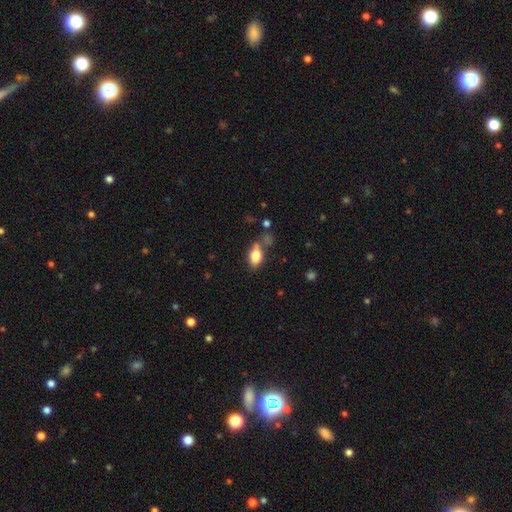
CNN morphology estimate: Smooth or featured? Predicted: smooth (p=0.77). How rounded? Predicted: in between (p=0.85). Merging? Predicted: none (p=0.56).